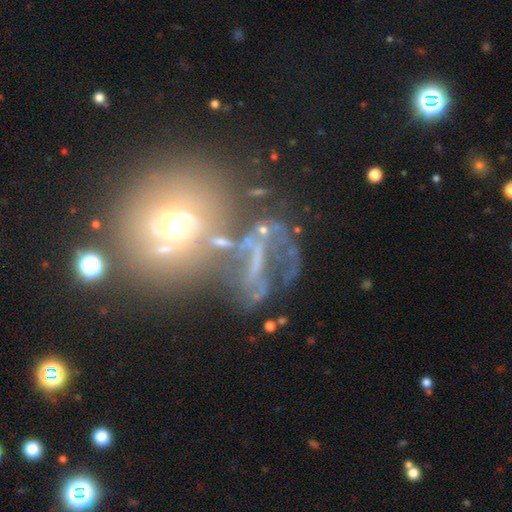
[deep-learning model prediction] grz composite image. It shows a featured or disk galaxy (52%). Merging: none (33%).